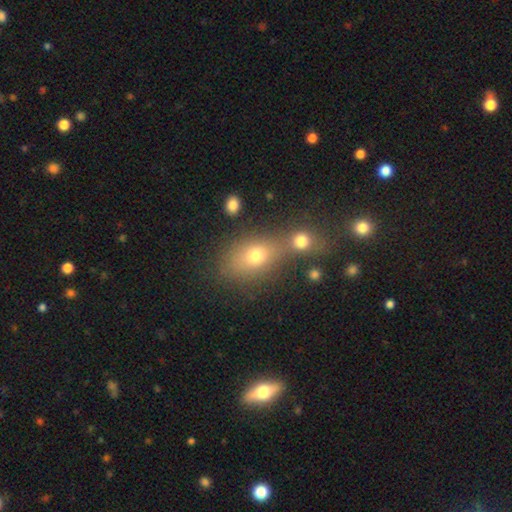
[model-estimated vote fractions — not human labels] Smooth or featured? Predicted: smooth (p=0.70). How rounded? Predicted: in between (p=0.70). Merging? Predicted: none (p=0.44).